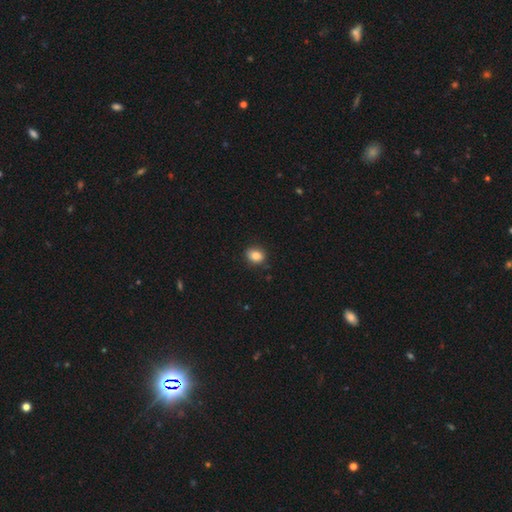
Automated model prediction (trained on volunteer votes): Smooth or featured?
  - smooth: 85% *
  - star or artifact: 10%
  - featured or disk: 5%
How rounded?
  - in between: 51% *
  - round: 47%
  - cigar-shaped: 1%
Merging?
  - none: 86% *
  - minor disturbance: 11%
  - major disturbance: 2%
  - merger: 1%